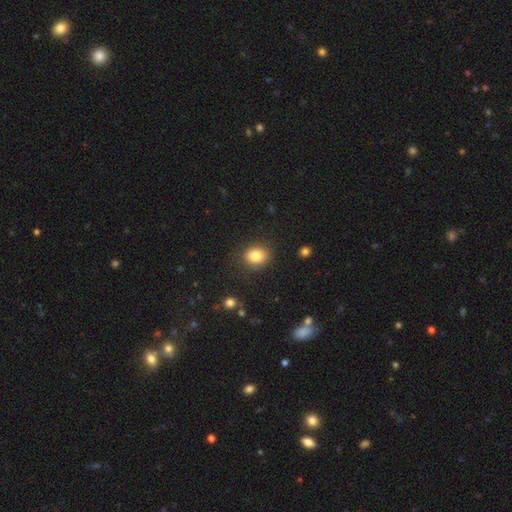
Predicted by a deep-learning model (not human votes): The model was most divided on "how rounded": round: 62%, in between: 37%, cigar-shaped: 1%. More confident: merging — none (83%); smooth or featured — smooth (83%).